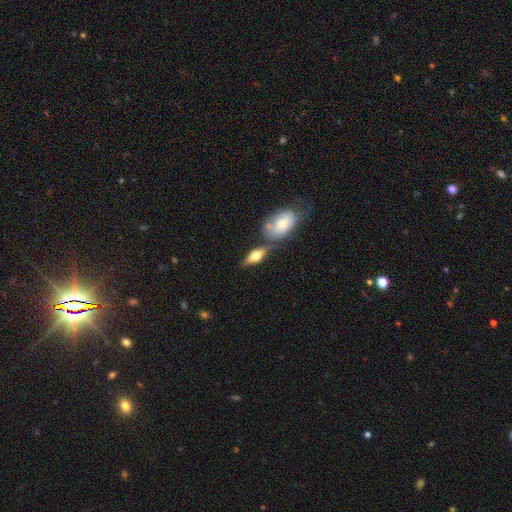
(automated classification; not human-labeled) A smooth galaxy with no disk features (49%). Merging: none (61%).